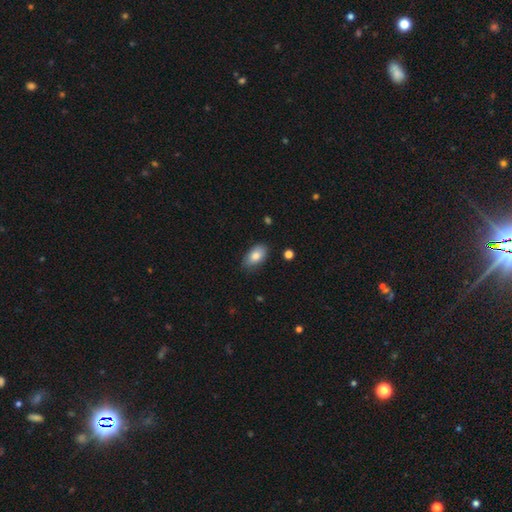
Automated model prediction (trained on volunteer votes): Smooth or featured?
  - smooth: 81% *
  - featured or disk: 12%
  - star or artifact: 7%
How rounded?
  - in between: 92% *
  - round: 5%
  - cigar-shaped: 3%
Merging?
  - none: 79% *
  - minor disturbance: 17%
  - major disturbance: 3%
  - merger: 1%